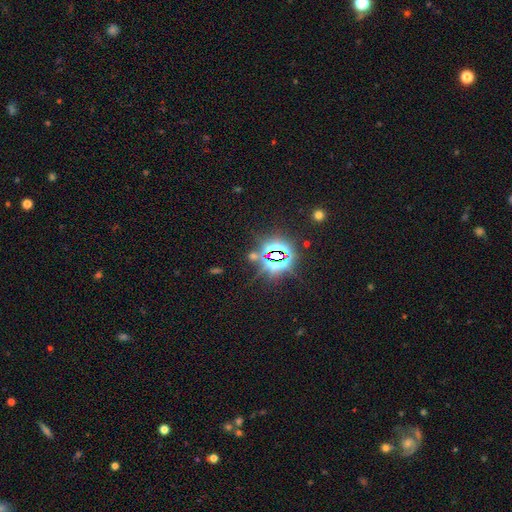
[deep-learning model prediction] Smooth or featured? star or artifact (82%)